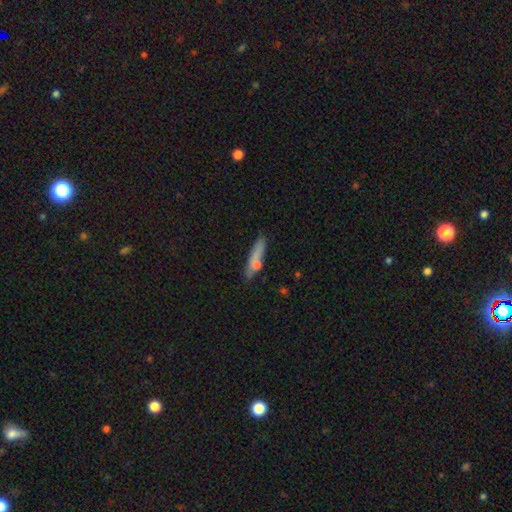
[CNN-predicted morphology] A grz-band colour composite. It shows a smooth galaxy with no disk features (63%) that is cigar-shaped (81%). Merging: none (64%).